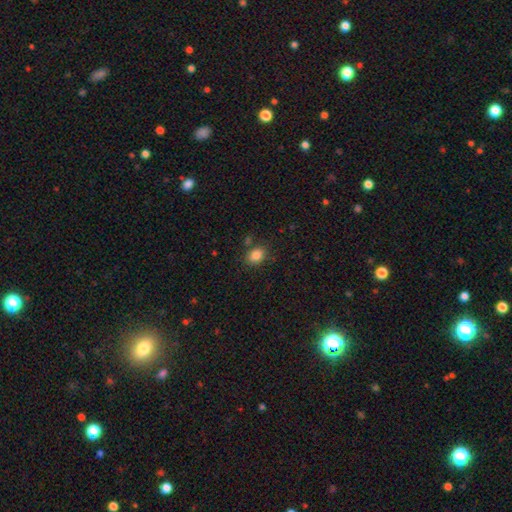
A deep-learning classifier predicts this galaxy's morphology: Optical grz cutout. It shows a smooth galaxy with no disk features (85%) that is in between round and cigar-shaped (63%). Merging: none (78%).